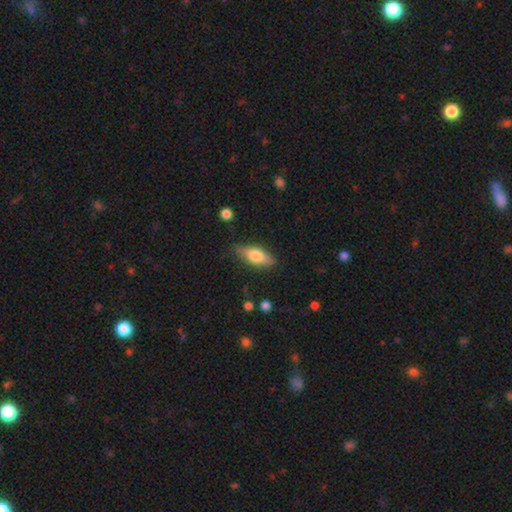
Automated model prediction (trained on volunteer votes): Q: Smooth or featured?
A: smooth (71%); runner-up: featured or disk (23%)
Q: How rounded?
A: in between (70%); runner-up: cigar-shaped (27%)
Q: Merging?
A: none (79%); runner-up: minor disturbance (16%)